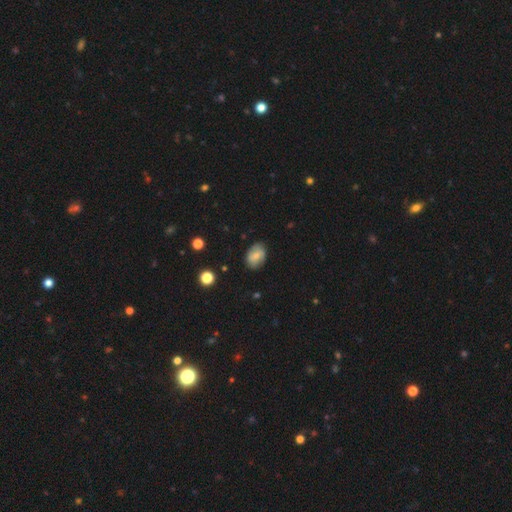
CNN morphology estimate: This appears to be a smooth galaxy with no disk features (65%) that is in between round and cigar-shaped (78%). Merging: none (79%).